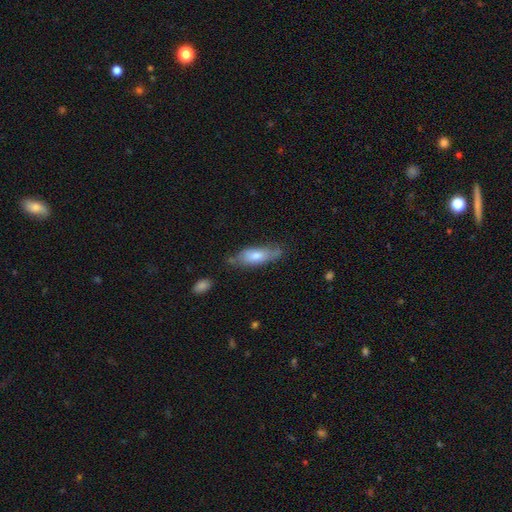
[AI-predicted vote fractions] smooth-or-featured: smooth: 63% | featured or disk: 30% | star or artifact: 7%
  how-rounded: in between: 56% | cigar-shaped: 42% | round: 2%
  merging: none: 61% | minor disturbance: 27% | major disturbance: 7% | merger: 5%